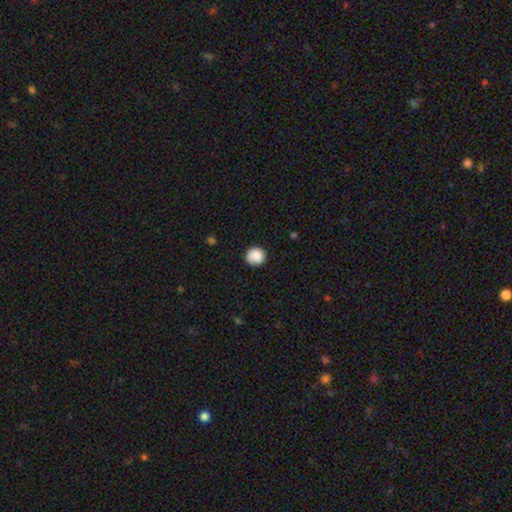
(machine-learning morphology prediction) Overall: smooth (86%). How rounded: round (91%). Merging: none (83%).